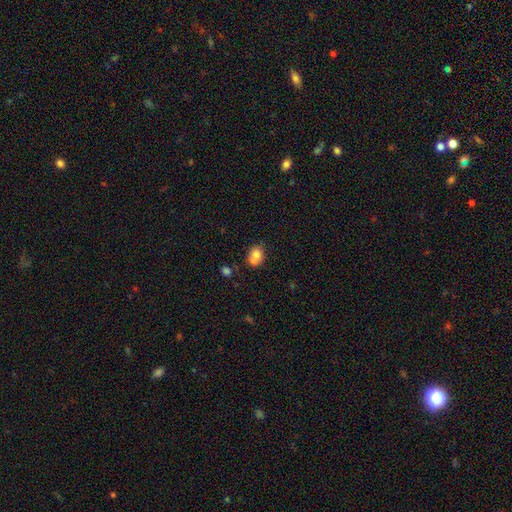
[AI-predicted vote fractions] Overall: smooth (75%). How rounded: round (58%; in between 41%). Merging: none (44%; merger 37%).